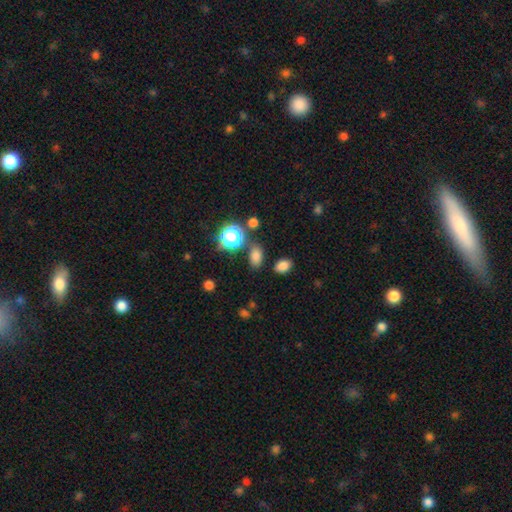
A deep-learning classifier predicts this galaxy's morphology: Smooth or featured: smooth — 75% (star or artifact — 20%)
How rounded: in between — 79% (round — 19%)
Merging: none — 77% (minor disturbance — 12%)